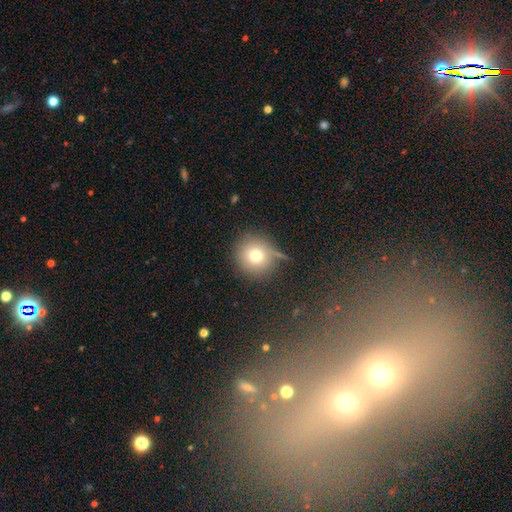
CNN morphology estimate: Overall: smooth (74%). How rounded: round (92%). Merging: none (74%).